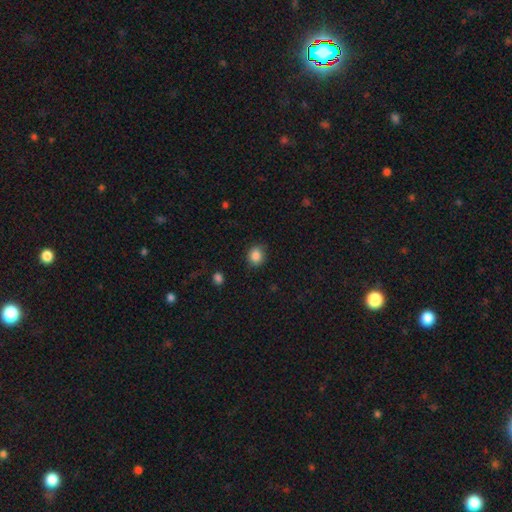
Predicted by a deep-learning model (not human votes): A smooth galaxy with no disk features (86%) that is round (75%).

Vote fractions:
- Smooth or featured? smooth: 86% / star or artifact: 10% / featured or disk: 4%
- How rounded? round: 75% / in between: 24% / cigar-shaped: 1%
- Merging? none: 83% / minor disturbance: 12% / major disturbance: 3% / merger: 1%